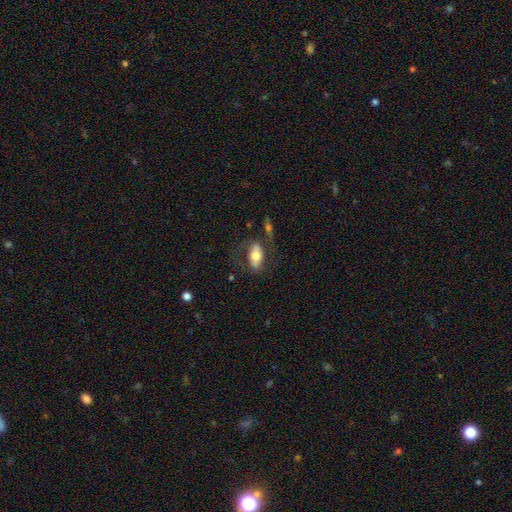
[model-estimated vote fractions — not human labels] Smooth or featured? smooth (54%)
How rounded? in between (84%)
Merging? none (59%)